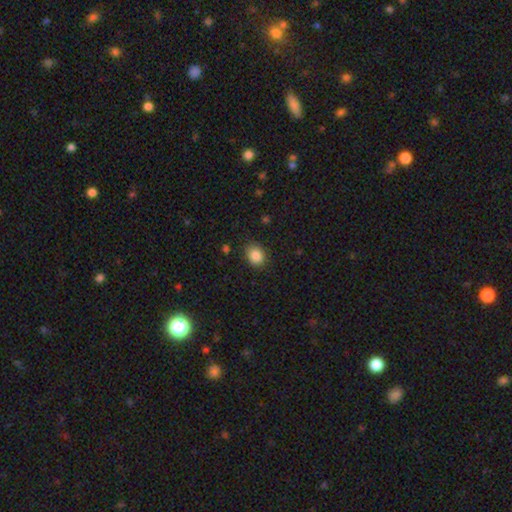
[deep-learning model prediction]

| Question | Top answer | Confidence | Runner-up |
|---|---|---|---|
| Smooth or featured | smooth | 87% | star or artifact (9%) |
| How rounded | round | 56% | in between (43%) |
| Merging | none | 85% | minor disturbance (11%) |